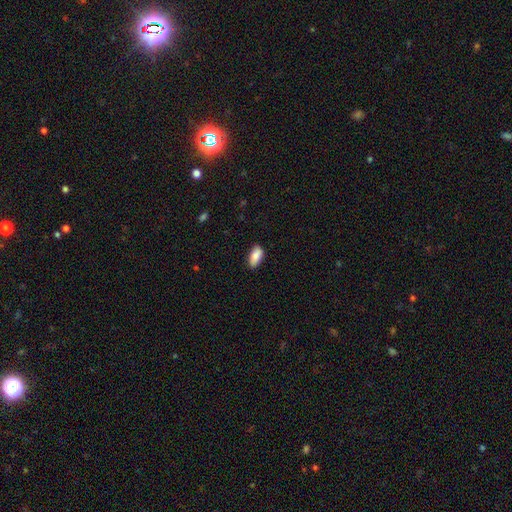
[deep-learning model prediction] A smooth galaxy with no disk features (87%) that is in between round and cigar-shaped (90%). Merging: none (85%).